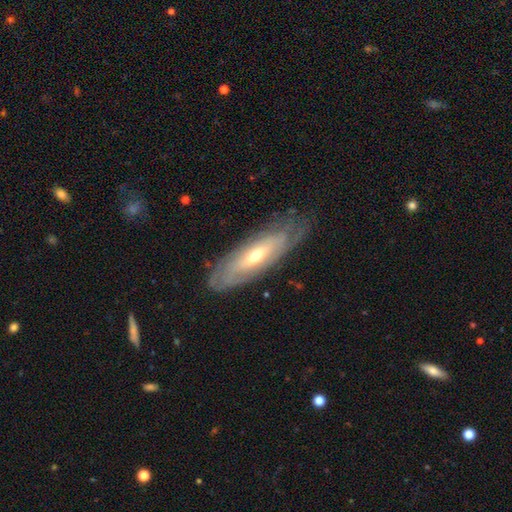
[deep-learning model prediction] Smooth or featured: featured or disk — 70% (smooth — 24%)
Edge-on disk: no — 71% (yes — 29%)
Merging: none — 77% (minor disturbance — 17%)